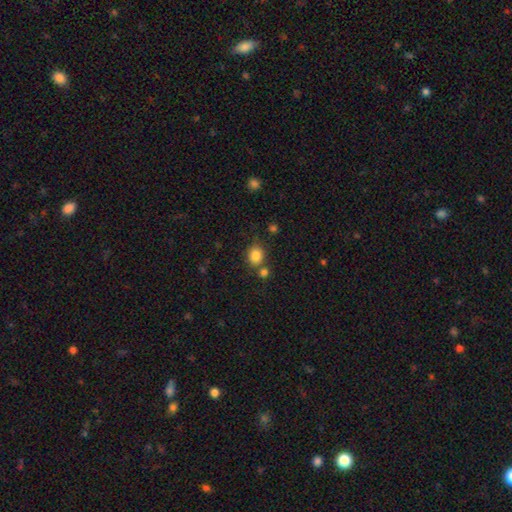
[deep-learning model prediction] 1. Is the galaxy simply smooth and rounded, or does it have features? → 84% smooth, 11% star or artifact, 6% featured or disk.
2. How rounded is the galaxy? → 69% round, 30% in between, 1% cigar-shaped.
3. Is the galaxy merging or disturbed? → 68% none, 16% merger, 11% minor disturbance, 4% major disturbance.